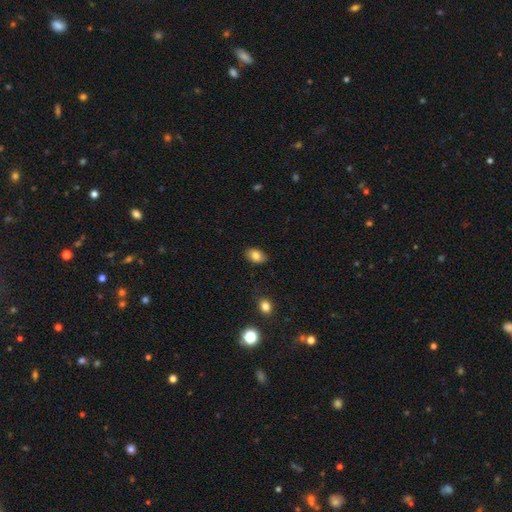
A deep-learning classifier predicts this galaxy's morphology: Smooth or featured: smooth — 81% (featured or disk — 10%)
How rounded: in between — 86% (round — 13%)
Merging: none — 84% (minor disturbance — 12%)